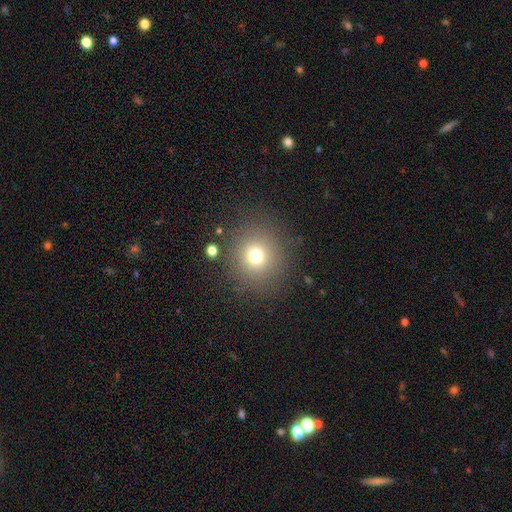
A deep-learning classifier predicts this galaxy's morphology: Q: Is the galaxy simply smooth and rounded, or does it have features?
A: smooth — 72%.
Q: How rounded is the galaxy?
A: round — 92%.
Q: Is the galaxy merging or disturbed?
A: none — 85%.